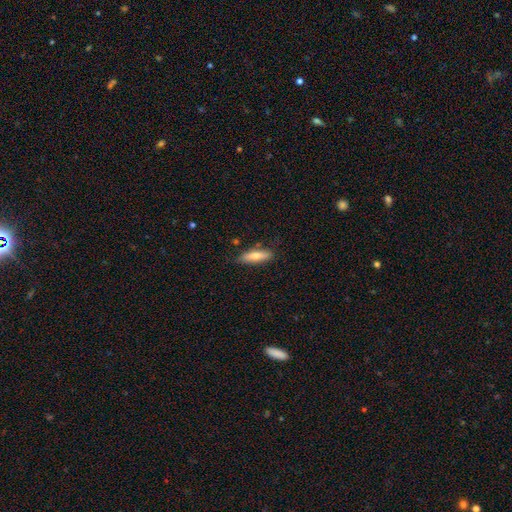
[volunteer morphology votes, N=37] Smooth or featured: smooth — 86% (featured or disk — 8%)
How rounded: cigar-shaped — 69% (in between — 31%)
Merging: none — 80% (minor disturbance — 11%)